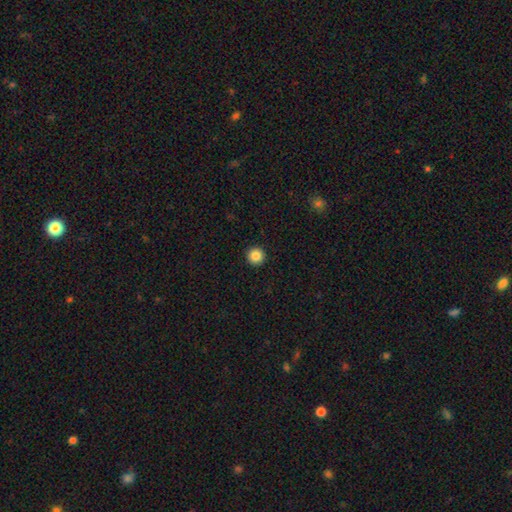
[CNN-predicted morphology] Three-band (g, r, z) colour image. It shows a smooth galaxy with no disk features (85%) that is round (97%). Merging: none (94%).